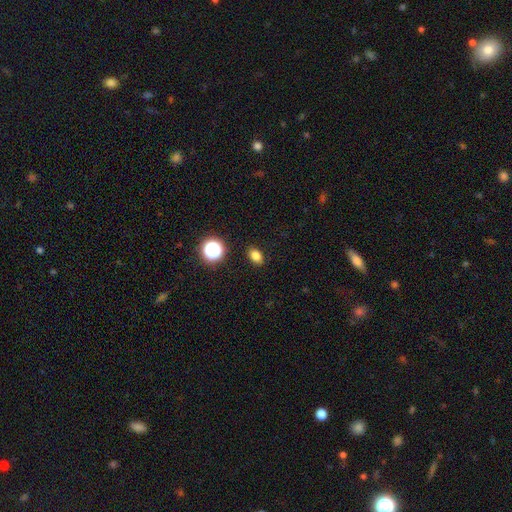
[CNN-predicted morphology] Smooth or featured? Predicted: smooth (p=0.80). How rounded? Predicted: in between (p=0.75). Merging? Predicted: none (p=0.89).